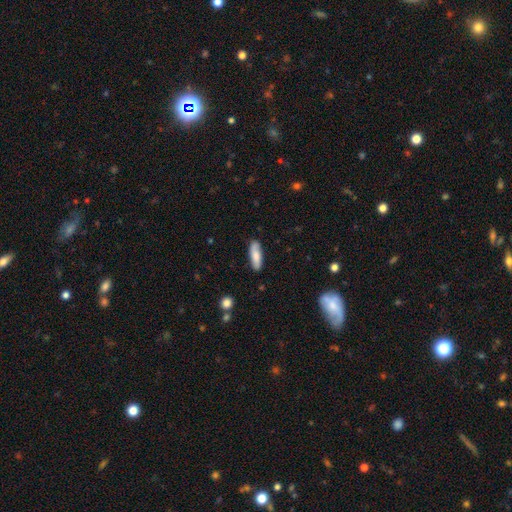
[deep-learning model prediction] smooth 76%, featured or disk 18%, star or artifact 6%. Down the decision tree: how rounded — cigar-shaped (51%); merging — none (84%).